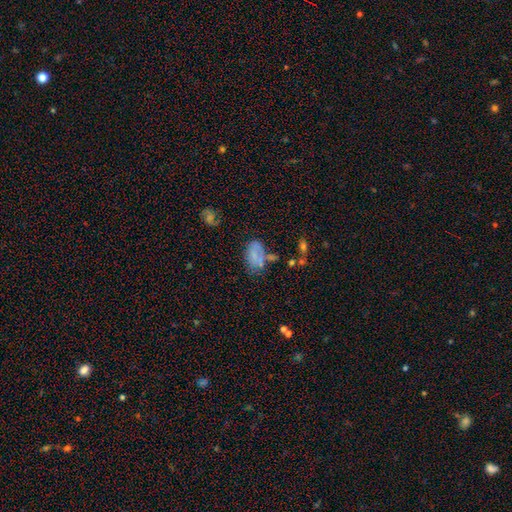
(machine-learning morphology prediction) Smooth or featured? smooth (62%)
How rounded? in between (89%)
Merging? none (40%)